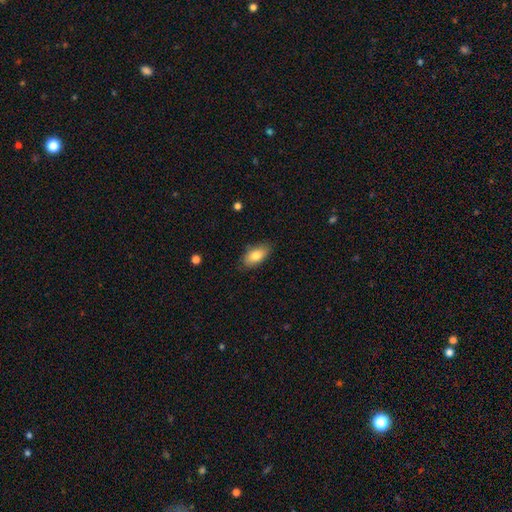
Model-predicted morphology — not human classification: smooth_or_featured: smooth (p=0.79) [alt: featured or disk p=0.14]
how_rounded: in between (p=0.90) [alt: cigar-shaped p=0.05]
merging: none (p=0.82) [alt: minor disturbance p=0.14]